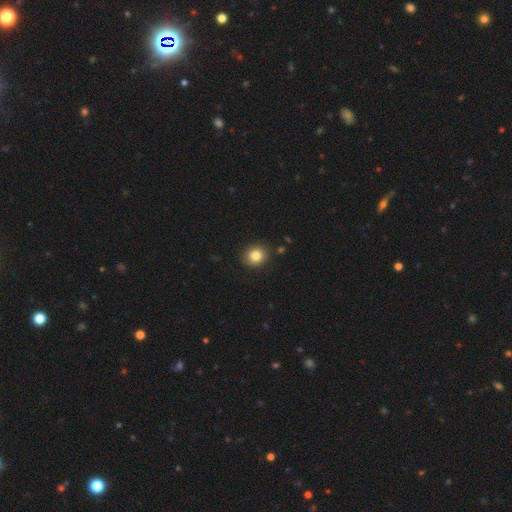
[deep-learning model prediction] A smooth galaxy with no disk features (84%) that is round (74%).

Vote fractions:
- Smooth or featured? smooth: 84% / star or artifact: 10% / featured or disk: 6%
- How rounded? round: 74% / in between: 25% / cigar-shaped: 1%
- Merging? none: 88% / minor disturbance: 8% / major disturbance: 2% / merger: 2%